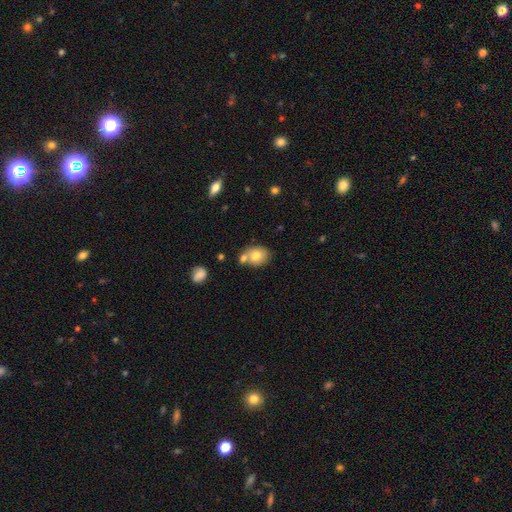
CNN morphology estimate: Smooth or featured? Predicted: smooth (p=0.75). How rounded? Predicted: round (p=0.53). Merging? Predicted: none (p=0.55).